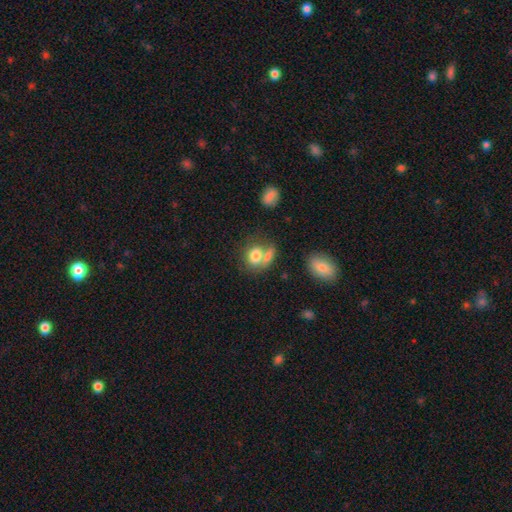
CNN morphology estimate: Q: Smooth or featured?
A: smooth (78%); runner-up: featured or disk (13%)
Q: How rounded?
A: in between (60%); runner-up: round (38%)
Q: Merging?
A: merger (47%); runner-up: none (35%)